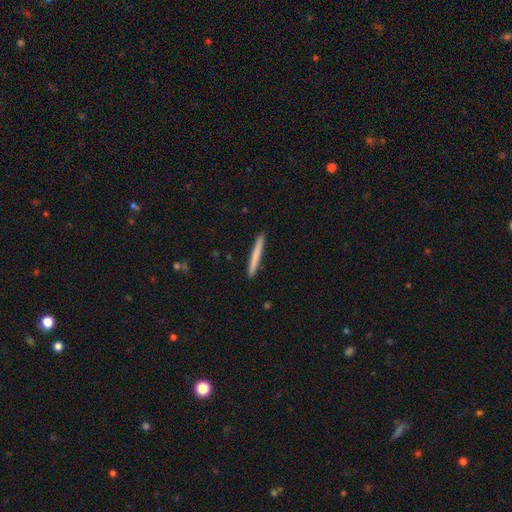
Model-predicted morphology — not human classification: The model was most divided on "smooth or featured": smooth: 73%, featured or disk: 22%, star or artifact: 5%. More confident: how rounded — cigar-shaped (97%); merging — none (92%).